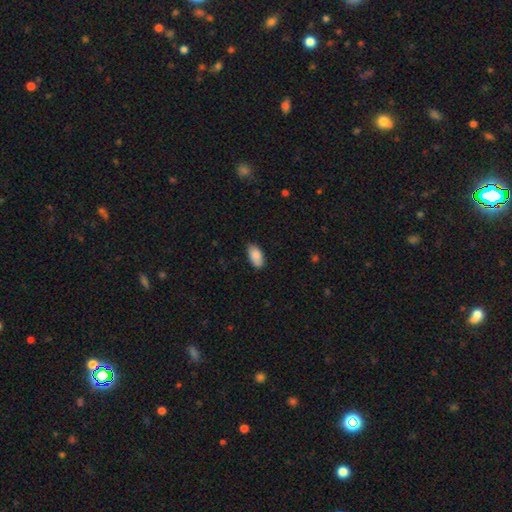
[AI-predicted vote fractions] smooth_or_featured: smooth (p=0.87) [alt: featured or disk p=0.06]
how_rounded: in between (p=0.94) [alt: cigar-shaped p=0.04]
merging: none (p=0.82) [alt: minor disturbance p=0.14]